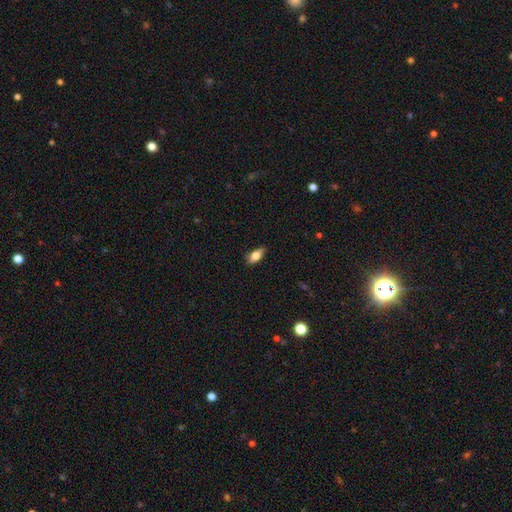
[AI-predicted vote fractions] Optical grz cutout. It shows a smooth galaxy with no disk features (75%) that is in between round and cigar-shaped (85%). Merging: none (81%).